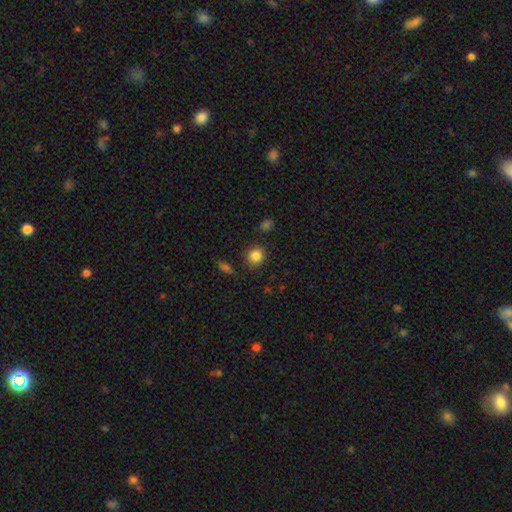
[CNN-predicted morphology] This appears to be a smooth galaxy with no disk features (84%) that is round (85%). Merging: none (86%).